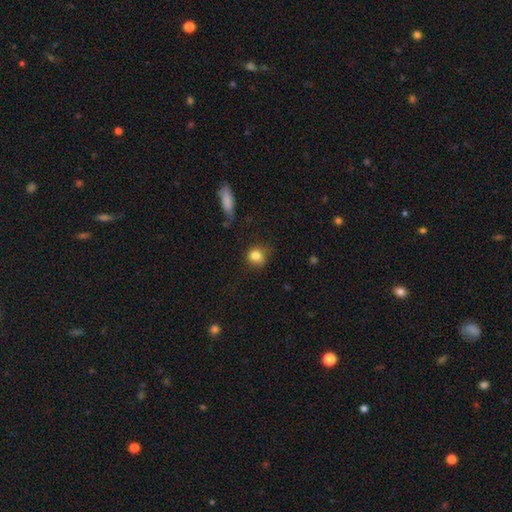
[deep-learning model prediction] A smooth galaxy with no disk features (83%) that is round (82%).

Vote fractions:
- Smooth or featured? smooth: 83% / star or artifact: 10% / featured or disk: 7%
- How rounded? round: 82% / in between: 16% / cigar-shaped: 1%
- Merging? none: 73% / minor disturbance: 19% / major disturbance: 5% / merger: 2%